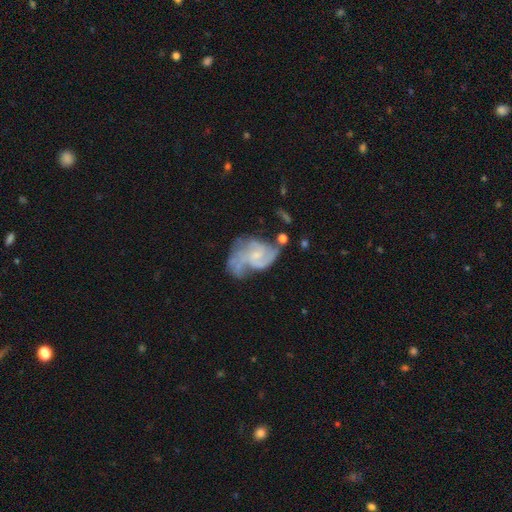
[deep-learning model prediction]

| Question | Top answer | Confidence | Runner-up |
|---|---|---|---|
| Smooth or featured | featured or disk | 79% | smooth (13%) |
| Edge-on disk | no | 98% | yes (2%) |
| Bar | no | 59% | weak (35%) |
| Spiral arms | yes | 89% | no (11%) |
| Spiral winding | medium | 46% | tight (33%) |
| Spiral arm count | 2 | 34% | 3 (27%) |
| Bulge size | small | 57% | moderate (21%) |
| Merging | none | 41% | major disturbance (24%) |